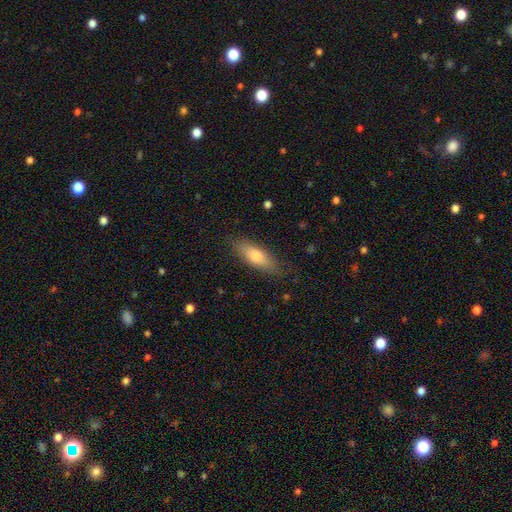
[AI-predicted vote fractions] The model was most divided on "how rounded": in between: 53%, cigar-shaped: 44%, round: 2%. More confident: merging — none (83%); smooth or featured — smooth (71%).